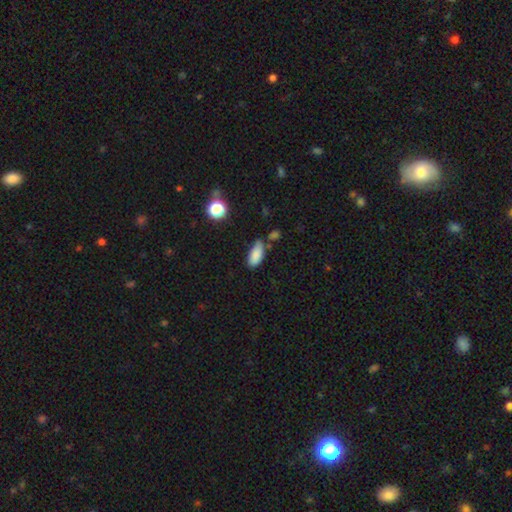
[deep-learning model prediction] A smooth galaxy with no disk features (85%) that is in between round and cigar-shaped (85%). Merging: none (54%).